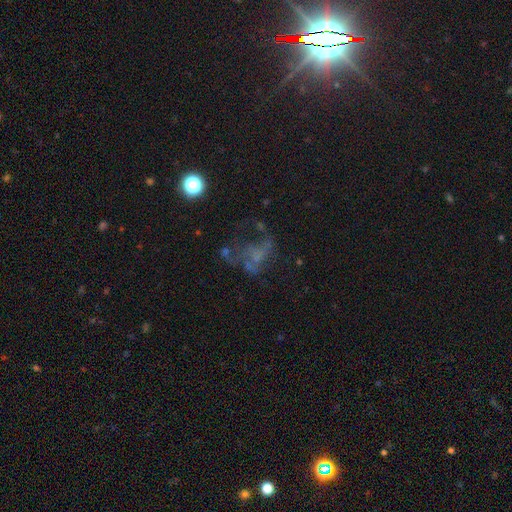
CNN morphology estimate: Smooth or featured?
  - featured or disk: 50% *
  - star or artifact: 28%
  - smooth: 22%
Merging?
  - major disturbance: 40% *
  - none: 35%
  - minor disturbance: 15%
  - merger: 10%